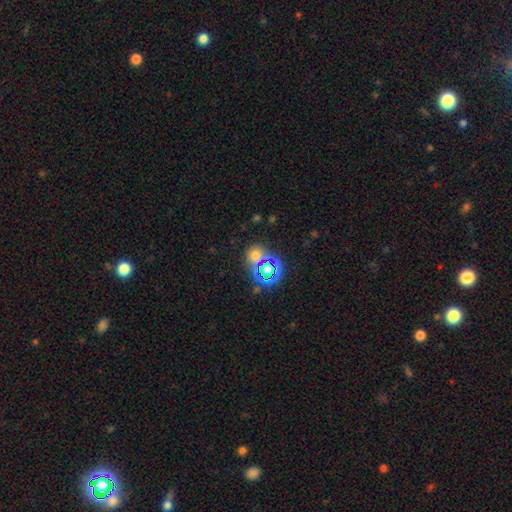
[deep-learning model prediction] A smooth galaxy with no disk features (56%) that is round (79%).

Vote fractions:
- Smooth or featured? smooth: 56% / star or artifact: 36% / featured or disk: 8%
- How rounded? round: 79% / in between: 20% / cigar-shaped: 1%
- Merging? none: 64% / merger: 21% / minor disturbance: 10% / major disturbance: 5%